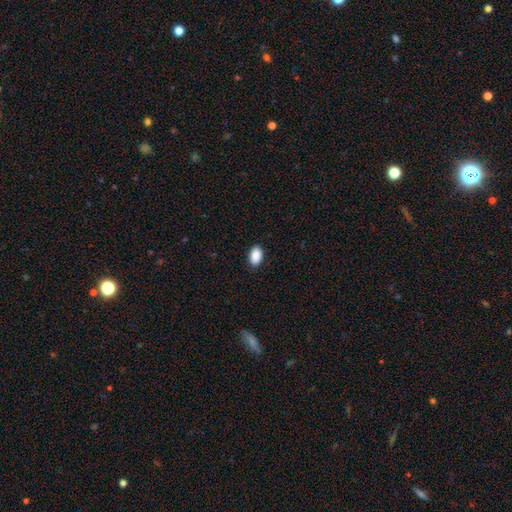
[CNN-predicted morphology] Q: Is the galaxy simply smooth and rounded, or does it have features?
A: smooth — 90%.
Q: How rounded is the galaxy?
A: in between — 91%.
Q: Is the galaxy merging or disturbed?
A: none — 88%.